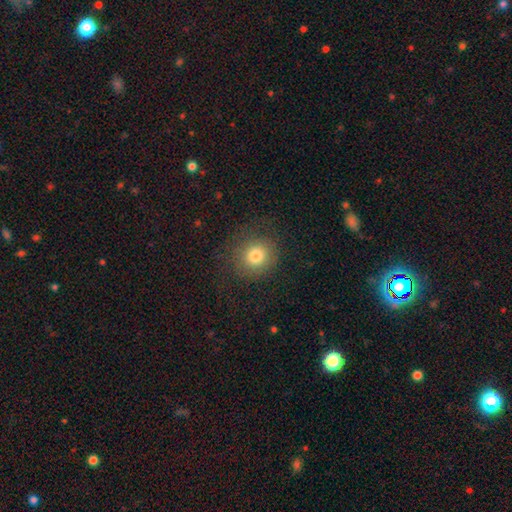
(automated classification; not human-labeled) Morphology: type=smooth (78%); roundness=round (85%); merging=none (81%).